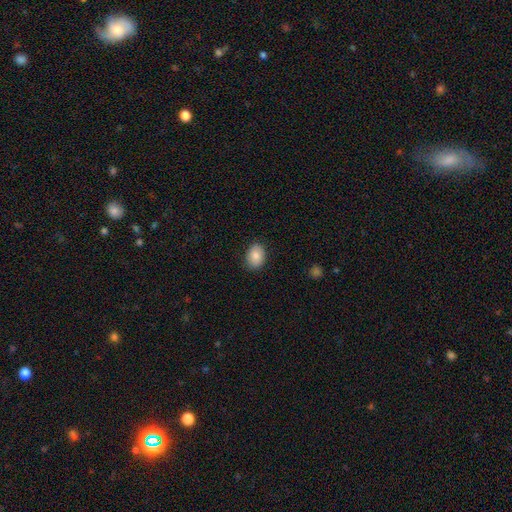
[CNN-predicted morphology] This appears to be a smooth galaxy with no disk features (83%) that is in between round and cigar-shaped (70%). Merging: none (86%).